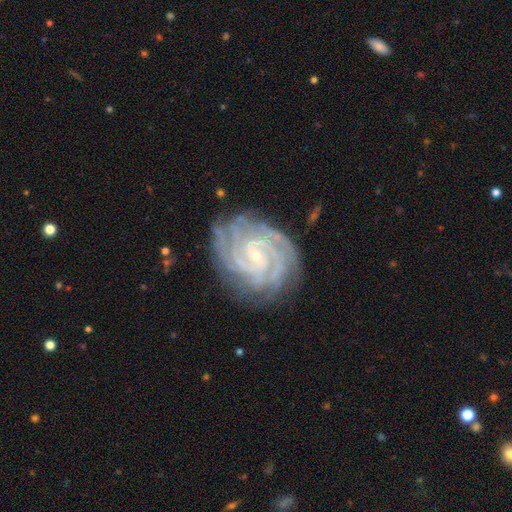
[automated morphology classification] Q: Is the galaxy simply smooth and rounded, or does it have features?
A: featured or disk — 91%.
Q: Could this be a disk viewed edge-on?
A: no — 97%.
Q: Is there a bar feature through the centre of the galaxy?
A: no — 51%.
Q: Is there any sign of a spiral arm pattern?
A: yes — 98%.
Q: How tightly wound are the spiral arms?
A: tight — 80%.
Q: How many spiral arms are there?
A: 2 — 23%.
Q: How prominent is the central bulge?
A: small — 85%.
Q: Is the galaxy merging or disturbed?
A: none — 79%.